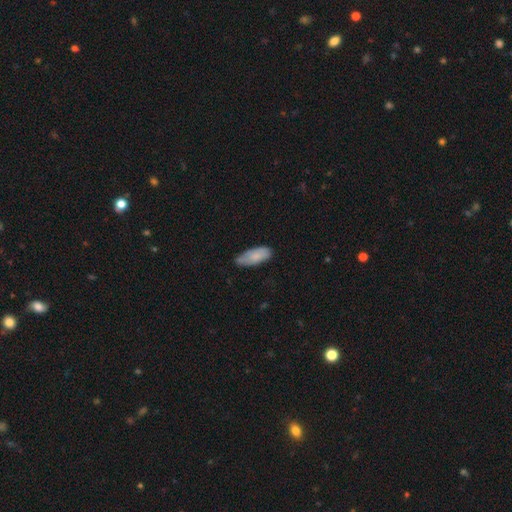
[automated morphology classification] This is clearly a smooth galaxy (81%). How rounded: clearly in between (81%). Merging: likely none (60%).